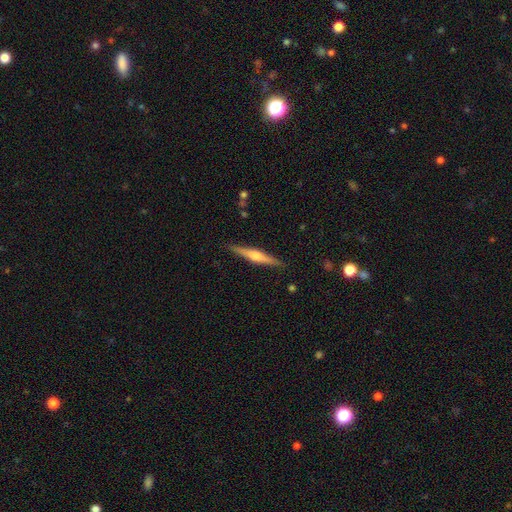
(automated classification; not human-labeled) Smooth or featured? featured or disk (68%)
Edge-on disk? yes (98%)
Edge-on bulge? rounded (86%)
Merging? none (90%)